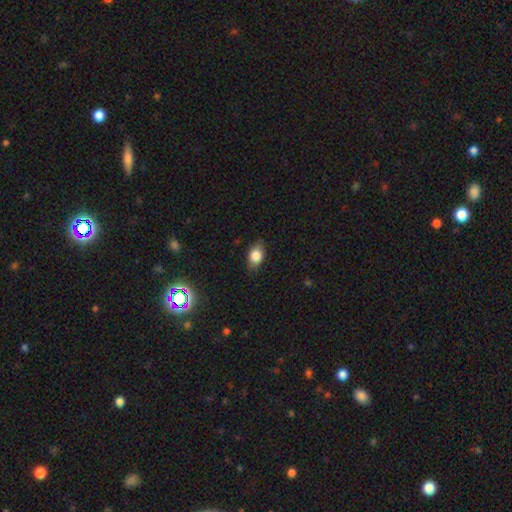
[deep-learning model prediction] Morphology: type=smooth (80%); roundness=in between (81%); merging=none (82%).